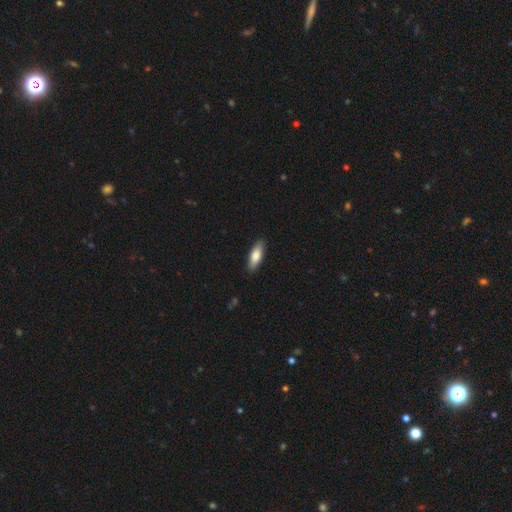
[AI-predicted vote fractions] smooth 78%, featured or disk 16%, star or artifact 5%. Down the decision tree: how rounded — in between (62%); merging — none (89%).